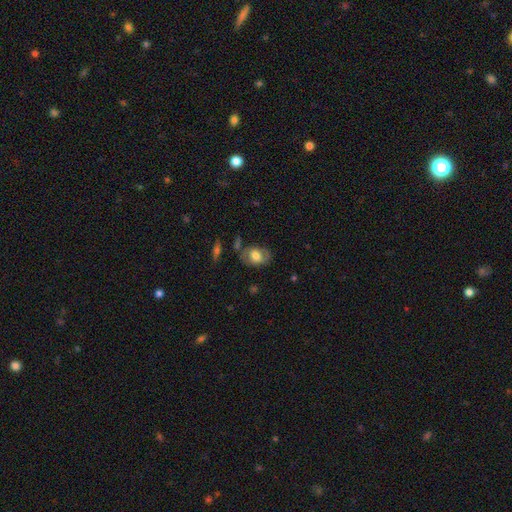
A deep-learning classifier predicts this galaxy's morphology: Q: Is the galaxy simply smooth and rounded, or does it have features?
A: smooth — 63%.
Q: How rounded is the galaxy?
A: in between — 76%.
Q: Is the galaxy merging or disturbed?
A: none — 67%.